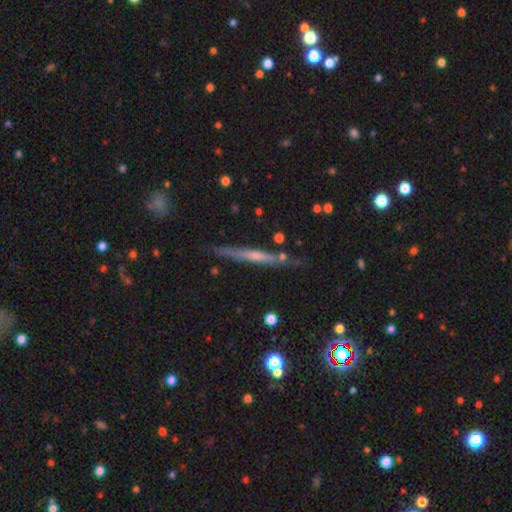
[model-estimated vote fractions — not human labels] Morphology: type=featured or disk (60%); edge-on=yes (95%); edge-on bulge=none (60%); merging=none (80%).